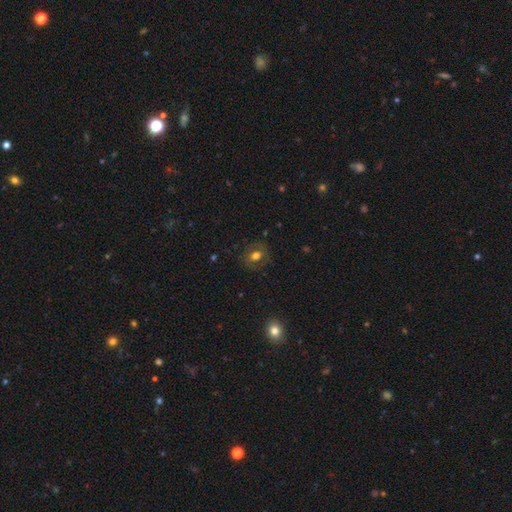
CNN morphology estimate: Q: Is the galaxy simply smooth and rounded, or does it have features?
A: smooth — 54%.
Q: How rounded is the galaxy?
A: round — 64%.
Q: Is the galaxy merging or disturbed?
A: none — 80%.